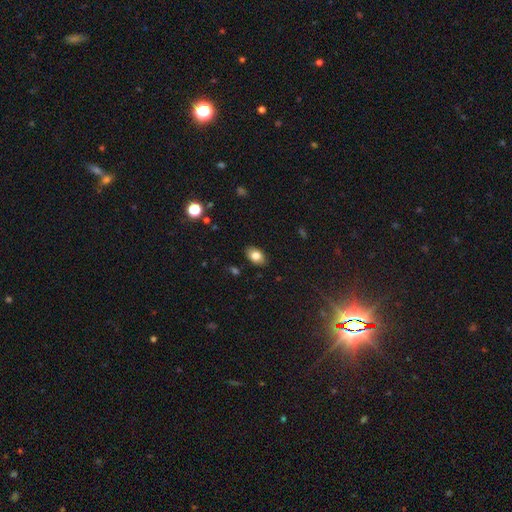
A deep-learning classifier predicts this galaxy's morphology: The model was most divided on "smooth or featured": smooth: 80%, featured or disk: 12%, star or artifact: 9%. More confident: how rounded — in between (88%); merging — none (87%).